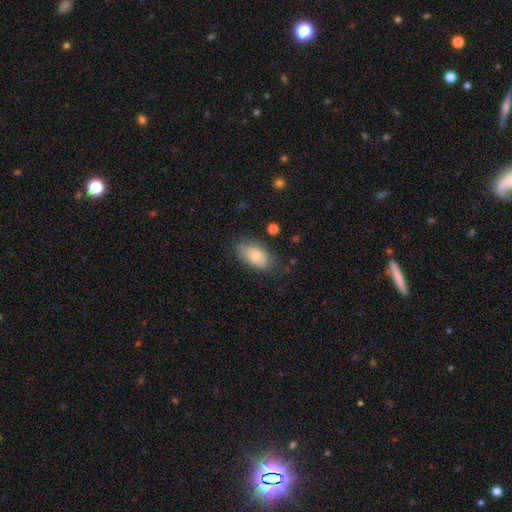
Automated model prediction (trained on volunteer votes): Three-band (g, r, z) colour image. It shows a smooth galaxy with no disk features (71%) that is in between round and cigar-shaped (92%). Merging: none (65%).